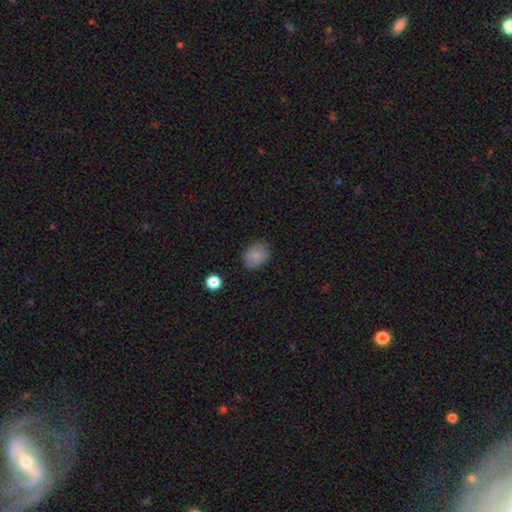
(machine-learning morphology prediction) Q: Smooth or featured?
A: smooth (83%); runner-up: star or artifact (9%)
Q: How rounded?
A: in between (55%); runner-up: round (44%)
Q: Merging?
A: none (83%); runner-up: minor disturbance (12%)